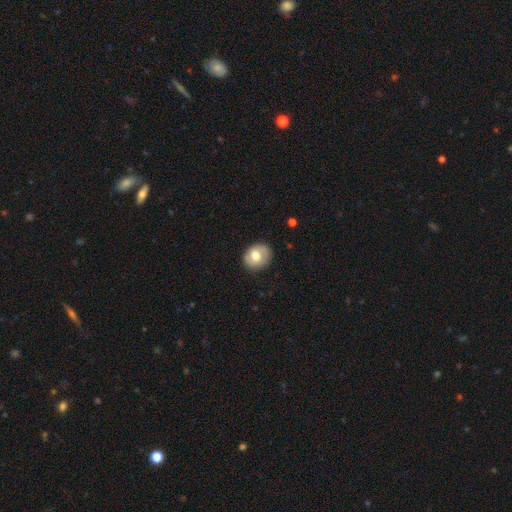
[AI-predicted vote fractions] Smooth or featured: smooth — 66% (featured or disk — 27%)
How rounded: round — 63% (in between — 36%)
Merging: none — 82% (minor disturbance — 14%)